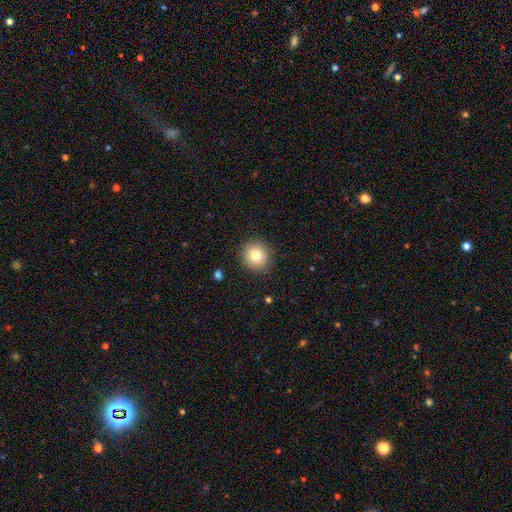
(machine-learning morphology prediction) type=smooth (78%); roundness=round (93%); merging=none (90%).